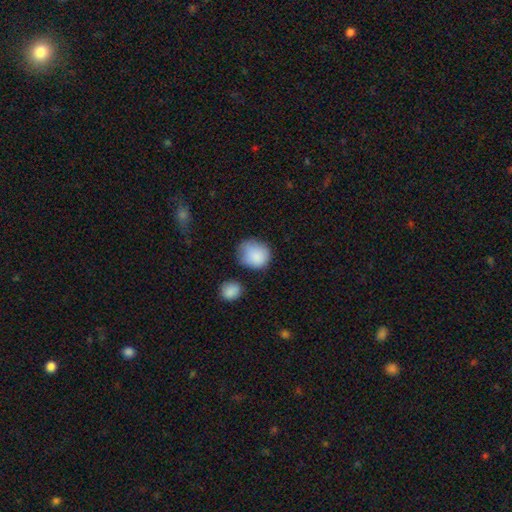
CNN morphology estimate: This is clearly a smooth galaxy (86%). How rounded: likely round (73%). Merging: possibly none (57%).